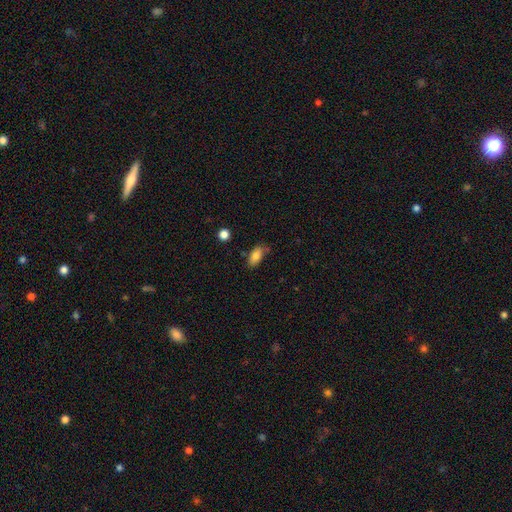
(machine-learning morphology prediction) smooth 83%, featured or disk 9%, star or artifact 8%. Down the decision tree: how rounded — in between (88%); merging — none (69%).